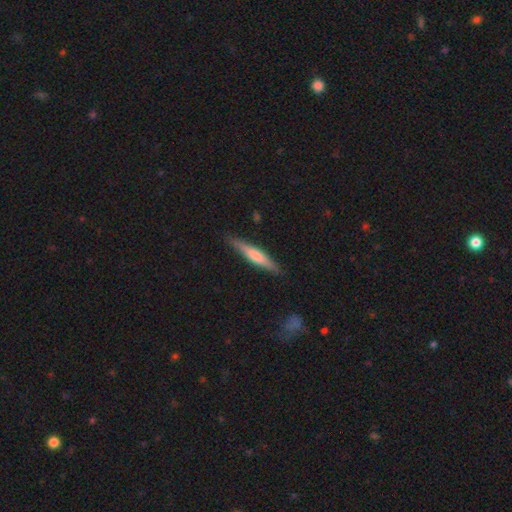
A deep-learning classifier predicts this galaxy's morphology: Smooth or featured? smooth (56%)
How rounded? cigar-shaped (90%)
Merging? none (87%)